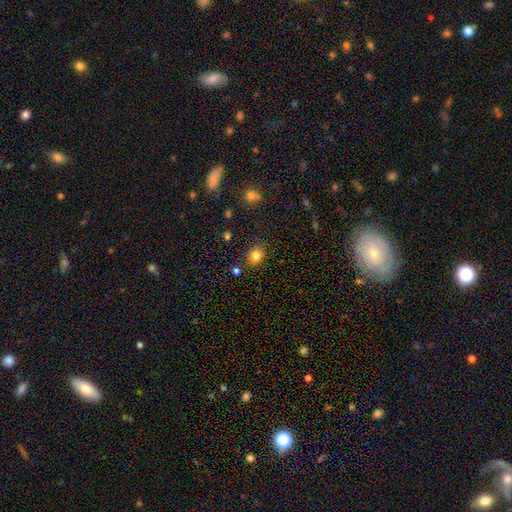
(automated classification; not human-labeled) Smooth or featured?
  - smooth: 80% *
  - star or artifact: 12%
  - featured or disk: 8%
How rounded?
  - round: 60% *
  - in between: 39%
  - cigar-shaped: 1%
Merging?
  - none: 85% *
  - minor disturbance: 10%
  - major disturbance: 3%
  - merger: 2%